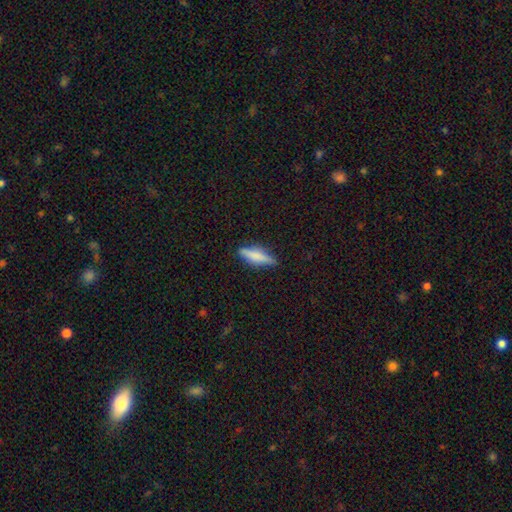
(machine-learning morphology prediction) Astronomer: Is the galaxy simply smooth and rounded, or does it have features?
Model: smooth — 64%.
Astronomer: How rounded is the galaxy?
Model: cigar-shaped — 70%.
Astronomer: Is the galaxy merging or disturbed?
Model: none — 83%.